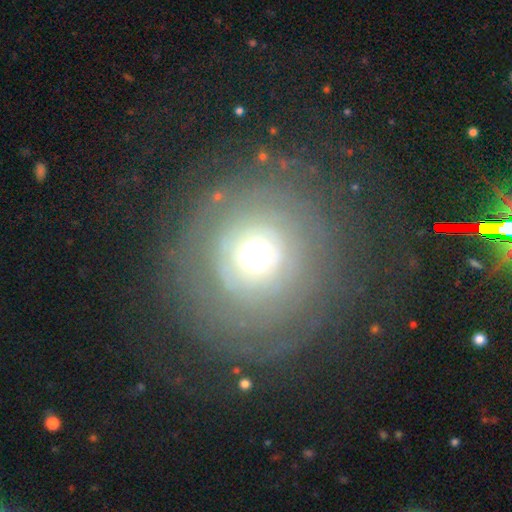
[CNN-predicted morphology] type=featured or disk (58%); edge-on=no (96%); bar=no (86%); spiral arms=yes (65%); bulge=moderate (57%); merging=none (76%).